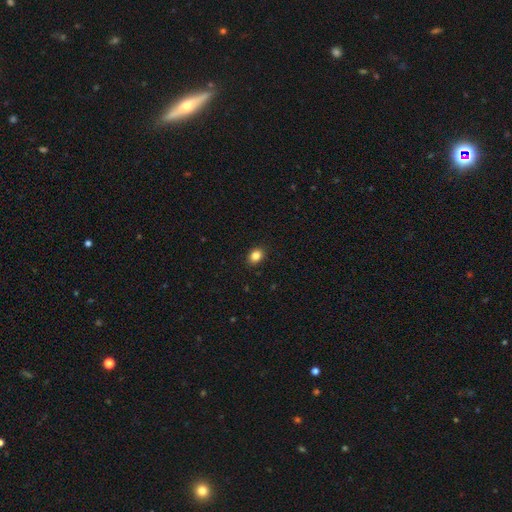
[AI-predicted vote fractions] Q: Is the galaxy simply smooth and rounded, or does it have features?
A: smooth — 85%.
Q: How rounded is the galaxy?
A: in between — 61%.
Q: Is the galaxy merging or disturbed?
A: none — 90%.